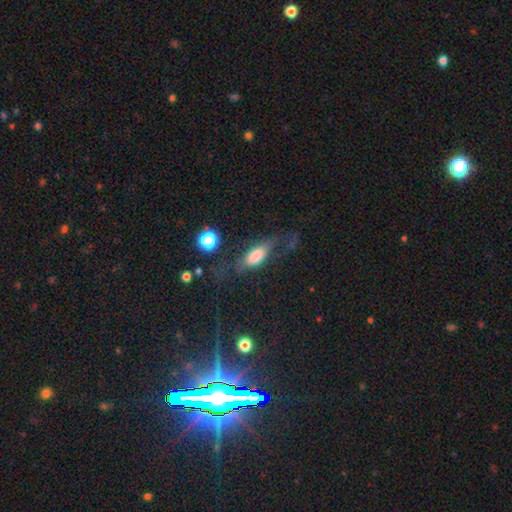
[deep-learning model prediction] smooth 61%, featured or disk 29%, star or artifact 10%. Down the decision tree: how rounded — in between (69%); merging — none (52%).